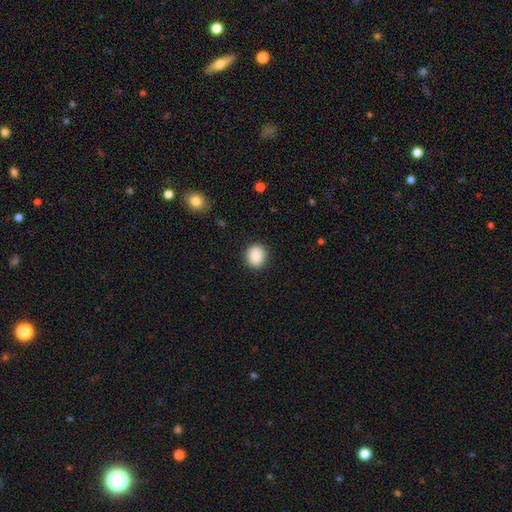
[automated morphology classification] smooth_or_featured: smooth (p=0.89) [alt: star or artifact p=0.08]
how_rounded: round (p=0.70) [alt: in between p=0.29]
merging: none (p=0.90) [alt: minor disturbance p=0.07]